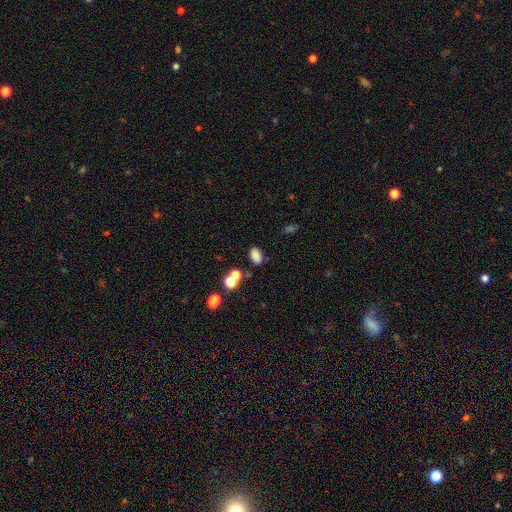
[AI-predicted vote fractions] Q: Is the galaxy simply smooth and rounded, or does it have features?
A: smooth — 79%.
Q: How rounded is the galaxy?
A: in between — 84%.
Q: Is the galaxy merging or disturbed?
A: none — 73%.